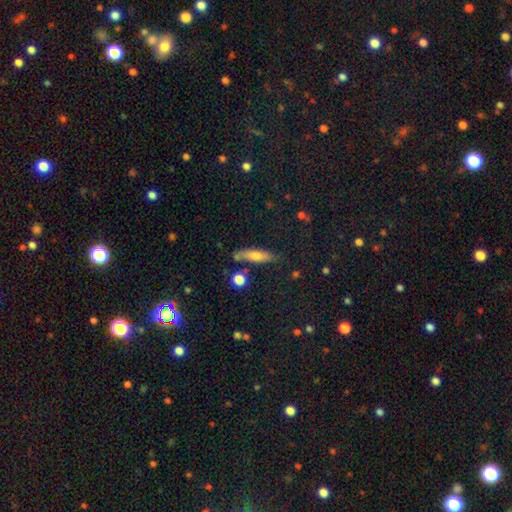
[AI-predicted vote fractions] Smooth or featured: smooth — 66% (featured or disk — 25%)
How rounded: cigar-shaped — 65% (in between — 31%)
Merging: none — 74% (minor disturbance — 16%)